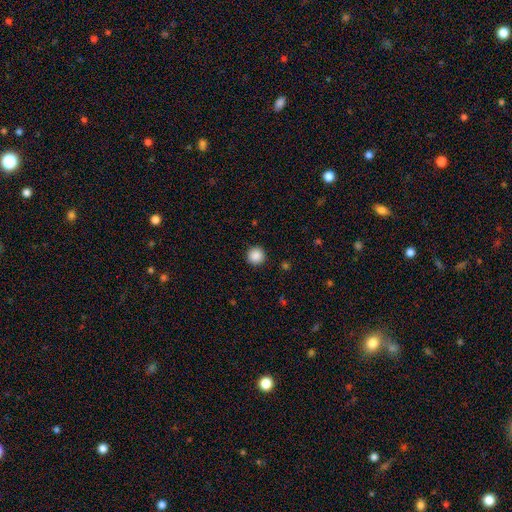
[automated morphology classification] A smooth galaxy with no disk features (88%) that is round (96%). Merging: none (93%).